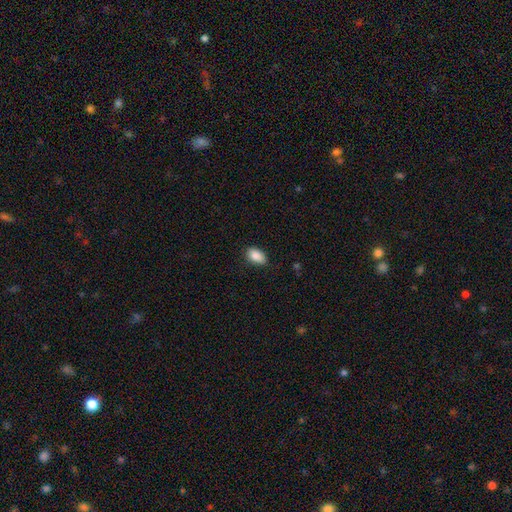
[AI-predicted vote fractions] Smooth or featured?
  - smooth: 87% *
  - star or artifact: 8%
  - featured or disk: 5%
How rounded?
  - in between: 90% *
  - round: 8%
  - cigar-shaped: 2%
Merging?
  - none: 82% *
  - minor disturbance: 15%
  - major disturbance: 2%
  - merger: 1%